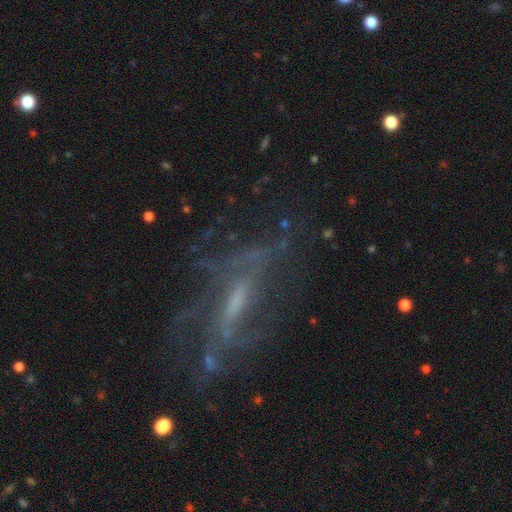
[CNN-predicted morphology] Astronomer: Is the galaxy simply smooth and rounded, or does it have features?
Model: featured or disk — 75%.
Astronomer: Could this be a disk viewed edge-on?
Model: no — 83%.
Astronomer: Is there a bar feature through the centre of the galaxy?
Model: weak — 42% (runner-up: no, 29%).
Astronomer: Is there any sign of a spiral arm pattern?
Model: yes — 74%.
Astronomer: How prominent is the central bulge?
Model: small — 41% (runner-up: moderate, 31%).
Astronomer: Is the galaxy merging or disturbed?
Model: none — 57%.